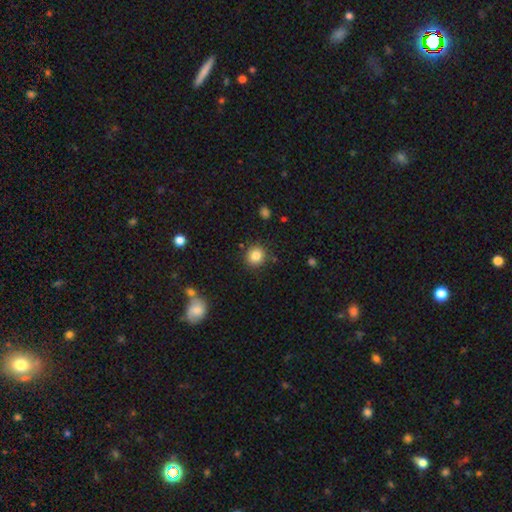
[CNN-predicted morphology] The model was most divided on "smooth or featured": smooth: 84%, star or artifact: 10%, featured or disk: 6%. More confident: how rounded — round (87%); merging — none (87%).